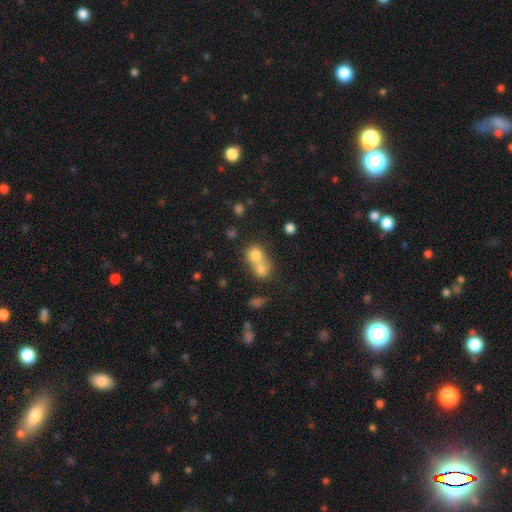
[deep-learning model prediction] The model was most divided on "how rounded": round: 70%, in between: 28%, cigar-shaped: 1%. More confident: smooth or featured — smooth (75%); merging — merger (69%).